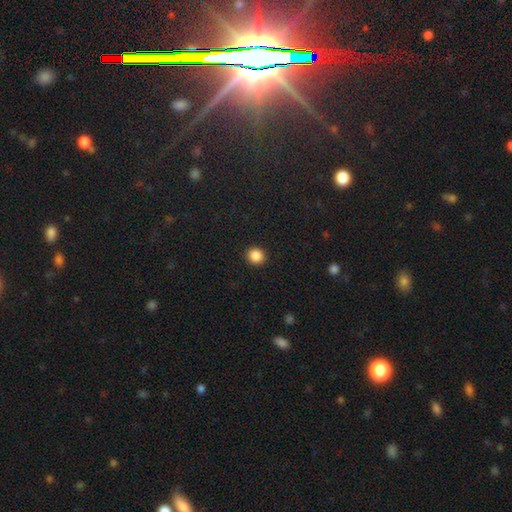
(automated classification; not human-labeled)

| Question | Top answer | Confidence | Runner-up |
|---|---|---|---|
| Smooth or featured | smooth | 87% | star or artifact (10%) |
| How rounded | round | 90% | in between (9%) |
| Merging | none | 93% | minor disturbance (5%) |